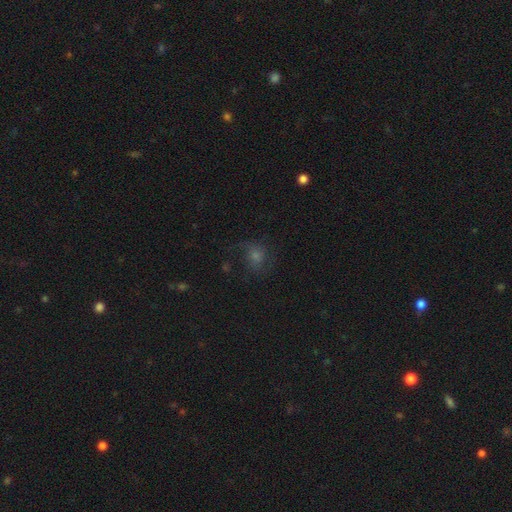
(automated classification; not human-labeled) smooth 41%, featured or disk 30%, star or artifact 29%. Down the decision tree: merging — none (63%).